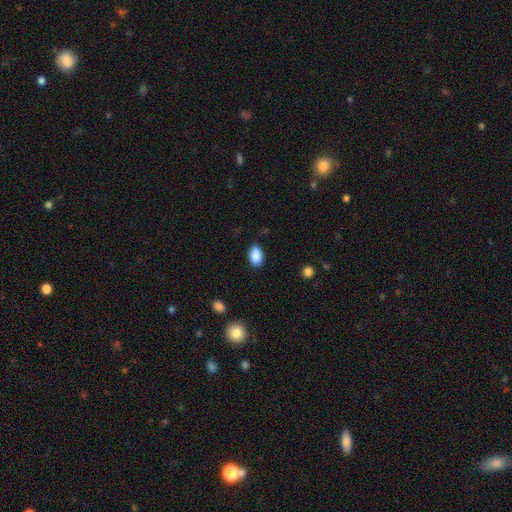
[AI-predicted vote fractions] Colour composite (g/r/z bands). It shows a smooth galaxy with no disk features (89%) that is in between round and cigar-shaped (89%). Merging: none (81%).